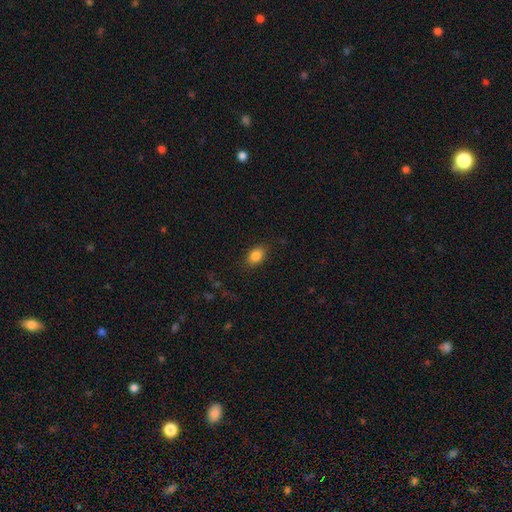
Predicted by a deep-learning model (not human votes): smooth_or_featured: smooth (p=0.85) [alt: star or artifact p=0.09]
how_rounded: in between (p=0.76) [alt: round p=0.23]
merging: none (p=0.84) [alt: minor disturbance p=0.12]